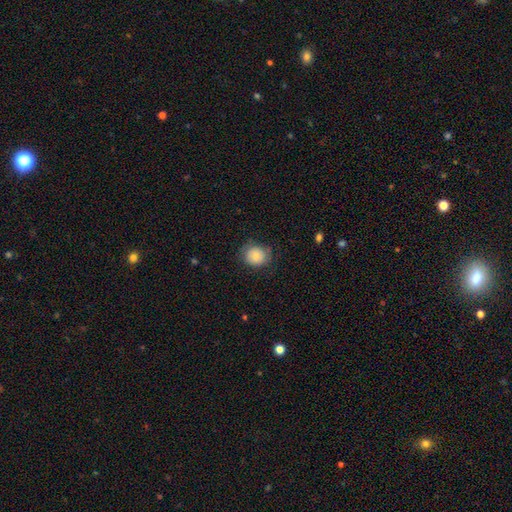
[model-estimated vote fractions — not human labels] Smooth or featured? smooth (81%)
How rounded? round (76%)
Merging? none (73%)